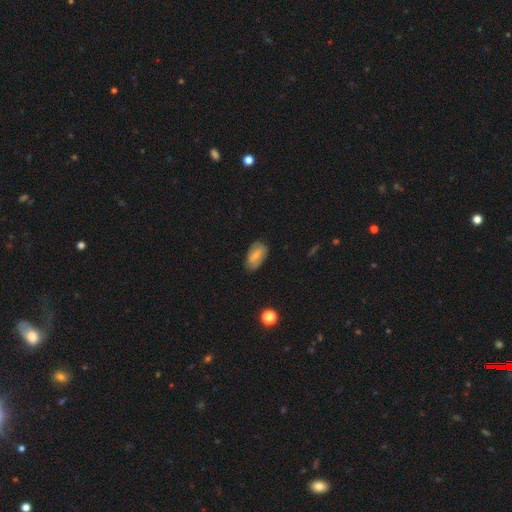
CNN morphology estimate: Smooth or featured: smooth — 66% (featured or disk — 26%)
How rounded: in between — 92% (round — 6%)
Merging: none — 66% (minor disturbance — 27%)